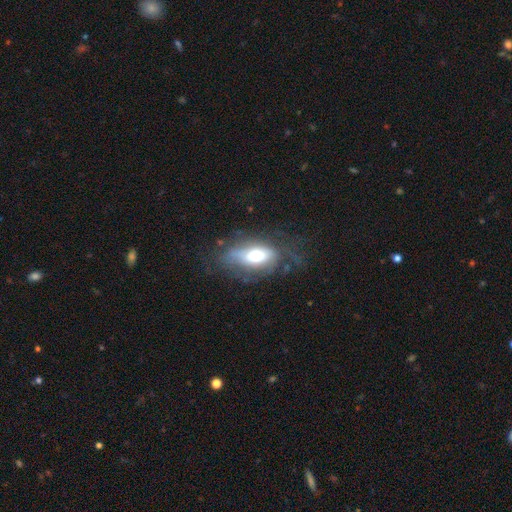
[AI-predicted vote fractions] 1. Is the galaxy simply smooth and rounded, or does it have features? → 48% smooth, 44% featured or disk, 9% star or artifact.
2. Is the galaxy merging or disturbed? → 45% none, 27% minor disturbance, 26% major disturbance, 3% merger.